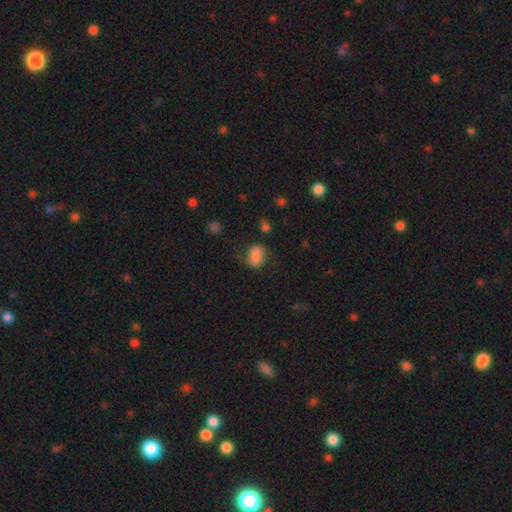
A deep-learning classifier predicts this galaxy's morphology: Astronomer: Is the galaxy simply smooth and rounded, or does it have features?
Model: smooth — 80%.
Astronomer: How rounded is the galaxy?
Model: in between — 71%.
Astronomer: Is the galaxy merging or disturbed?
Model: none — 60%.